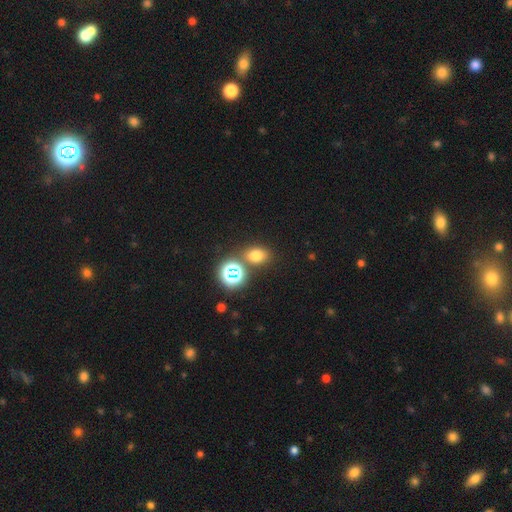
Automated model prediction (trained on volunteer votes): Smooth or featured?
  - smooth: 69% *
  - star or artifact: 24%
  - featured or disk: 8%
How rounded?
  - in between: 56% *
  - round: 43%
  - cigar-shaped: 1%
Merging?
  - none: 73% *
  - merger: 13%
  - minor disturbance: 10%
  - major disturbance: 3%